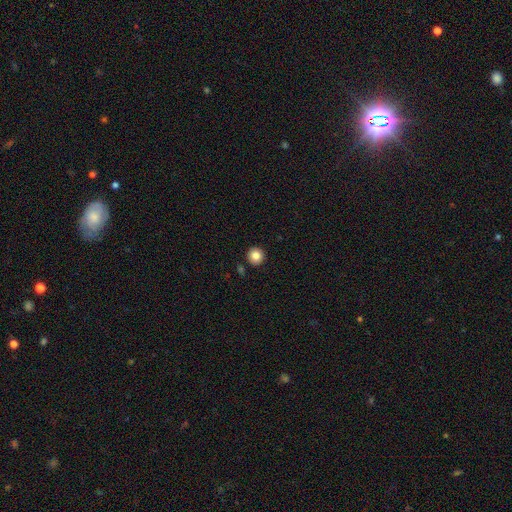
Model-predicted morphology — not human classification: smooth-or-featured: smooth: 84% | star or artifact: 10% | featured or disk: 6%
  how-rounded: round: 94% | in between: 5% | cigar-shaped: 1%
  merging: none: 91% | minor disturbance: 5% | merger: 2% | major disturbance: 2%